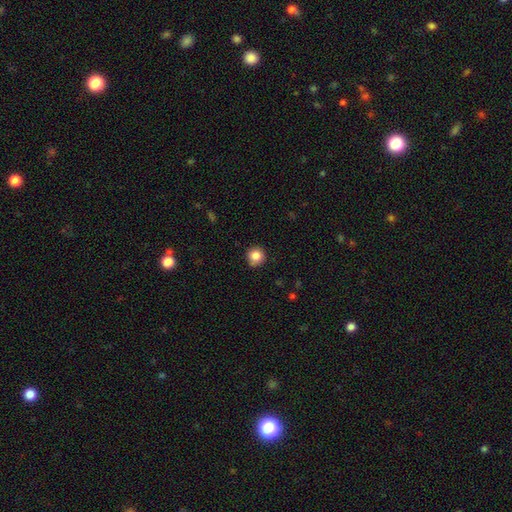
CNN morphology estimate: Overall: smooth (85%). How rounded: round (93%). Merging: none (85%).